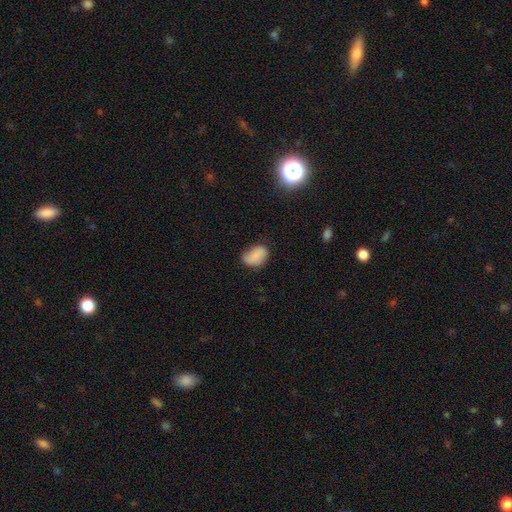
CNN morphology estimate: This is clearly a smooth galaxy (81%). How rounded: clearly in between (84%). Merging: possibly none (57%).